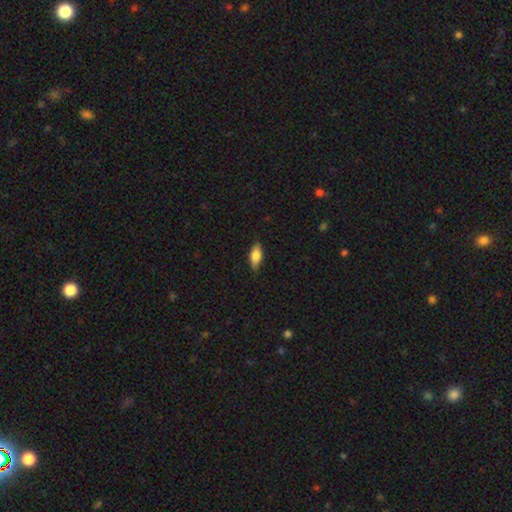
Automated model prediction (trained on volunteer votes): smooth 76%, featured or disk 17%, star or artifact 7%. Down the decision tree: how rounded — in between (79%); merging — none (85%).